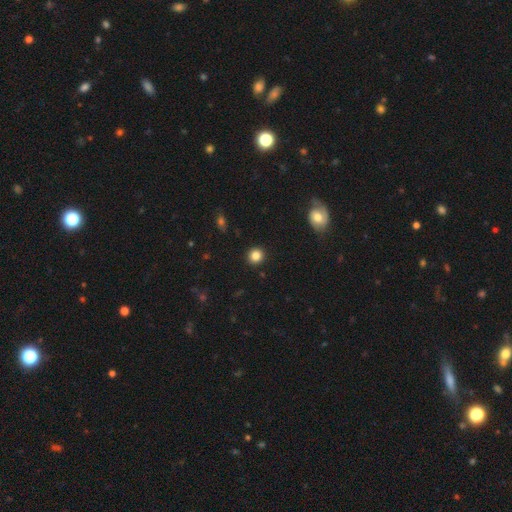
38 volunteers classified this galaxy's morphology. Volunteers were most divided on "merging": none: 89%, major disturbance: 8%, minor disturbance: 3%, merger: 0%. More confident: smooth or featured — smooth (95%); how rounded — round (94%).